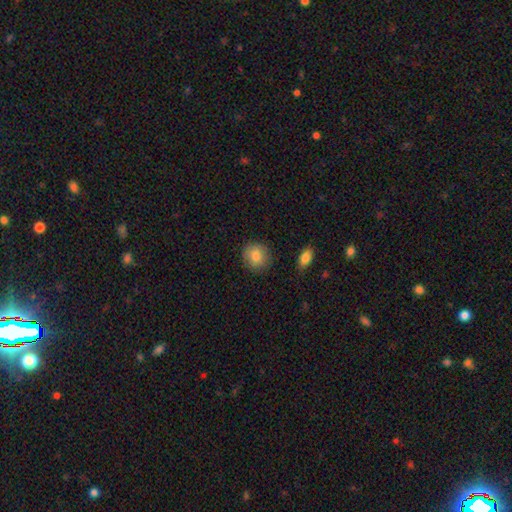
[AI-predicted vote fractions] Smooth or featured: smooth — 85% (star or artifact — 8%)
How rounded: round — 84% (in between — 15%)
Merging: none — 87% (minor disturbance — 9%)